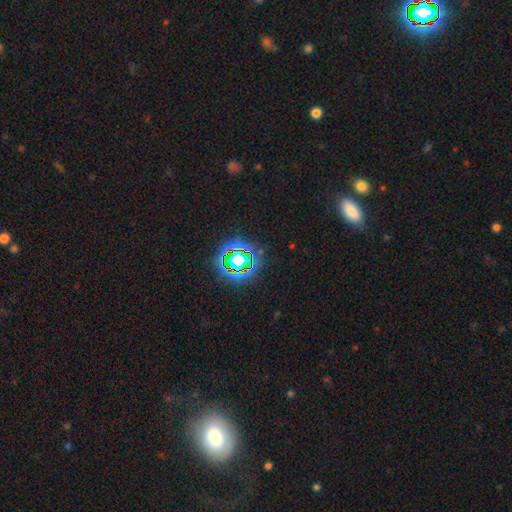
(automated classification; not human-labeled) This is likely a star or artifact rather than a galaxy (68%).